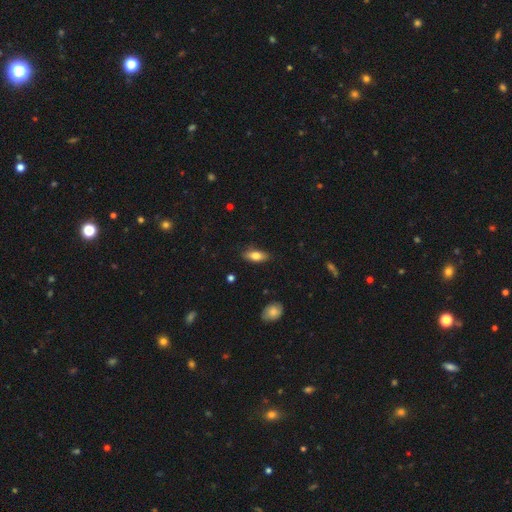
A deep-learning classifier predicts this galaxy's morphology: The model was most divided on "how rounded": in between: 79%, cigar-shaped: 18%, round: 3%. More confident: merging — none (84%); smooth or featured — smooth (79%).